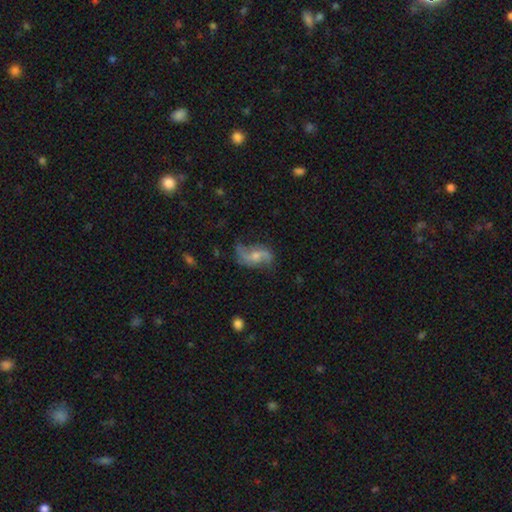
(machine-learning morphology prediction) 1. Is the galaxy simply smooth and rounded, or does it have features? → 78% featured or disk, 14% smooth, 8% star or artifact.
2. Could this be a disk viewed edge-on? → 95% no, 5% yes.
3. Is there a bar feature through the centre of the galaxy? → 51% no, 35% weak, 13% strong.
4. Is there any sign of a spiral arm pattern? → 93% yes, 7% no.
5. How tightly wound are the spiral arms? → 78% loose, 17% medium, 5% tight.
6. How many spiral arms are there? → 90% 2, 4% can't tell, 2% 1, 1% 3, 1% 4, 1% more than 4.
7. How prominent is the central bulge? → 46% small, 45% moderate, 5% none, 3% large, 1% dominant.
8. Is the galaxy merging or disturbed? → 69% none, 19% minor disturbance, 10% major disturbance, 2% merger.